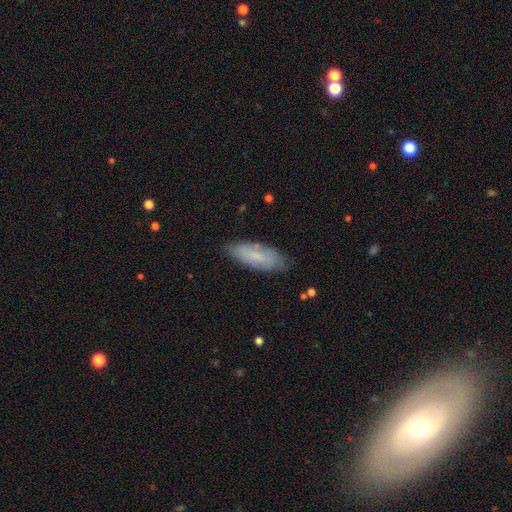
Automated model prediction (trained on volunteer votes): Overall: smooth (69%). How rounded: in between (70%). Merging: none (79%).